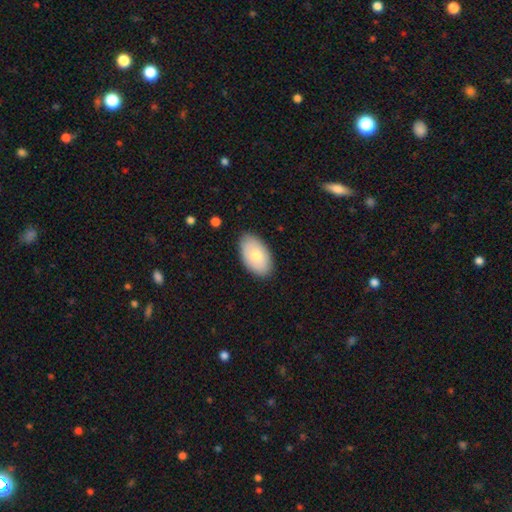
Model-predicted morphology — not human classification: Smooth or featured: smooth — 72% (featured or disk — 23%)
How rounded: in between — 94% (round — 5%)
Merging: none — 84% (minor disturbance — 12%)